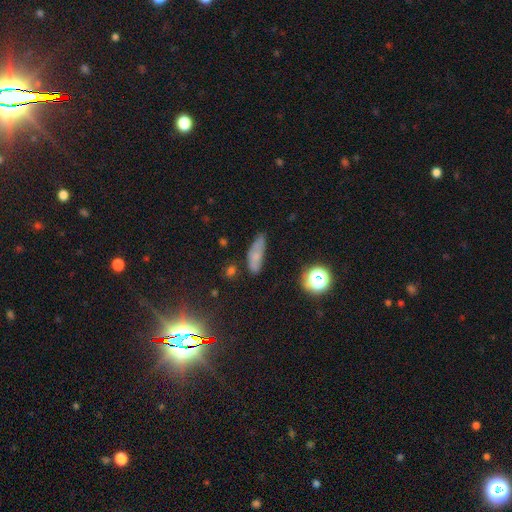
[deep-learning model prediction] smooth_or_featured: smooth (p=0.66) [alt: star or artifact p=0.17]
how_rounded: in between (p=0.54) [alt: cigar-shaped p=0.41]
merging: none (p=0.59) [alt: minor disturbance p=0.29]